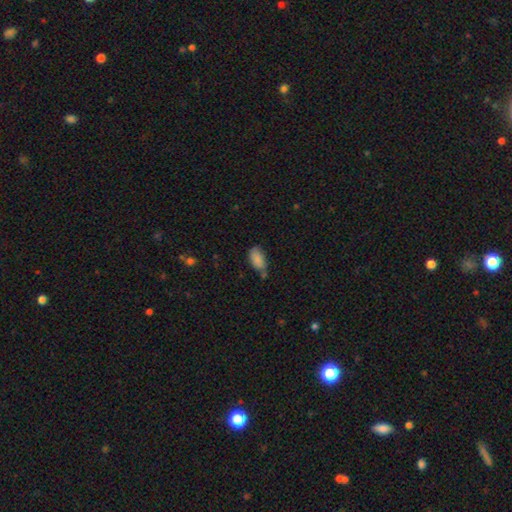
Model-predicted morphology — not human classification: Smooth or featured? Predicted: smooth (p=0.80). How rounded? Predicted: in between (p=0.92). Merging? Predicted: none (p=0.61).